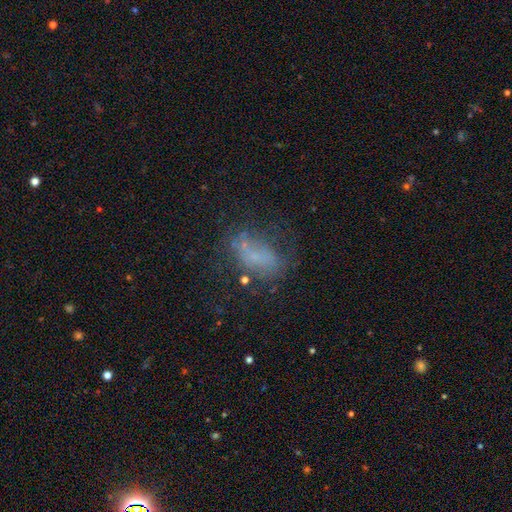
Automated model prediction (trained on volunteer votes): Q: Smooth or featured?
A: smooth (45%); runner-up: featured or disk (35%)
Q: Merging?
A: none (44%); runner-up: major disturbance (26%)